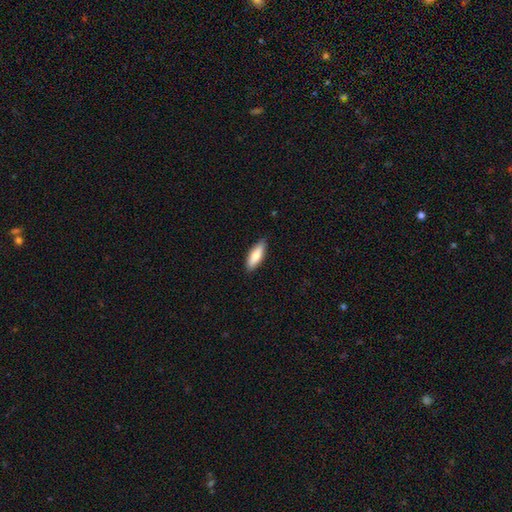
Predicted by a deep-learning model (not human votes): A smooth galaxy with no disk features (79%) that is in between round and cigar-shaped (57%).

Vote fractions:
- Smooth or featured? smooth: 79% / featured or disk: 15% / star or artifact: 5%
- How rounded? in between: 57% / cigar-shaped: 41% / round: 2%
- Merging? none: 88% / minor disturbance: 10% / major disturbance: 2% / merger: 1%